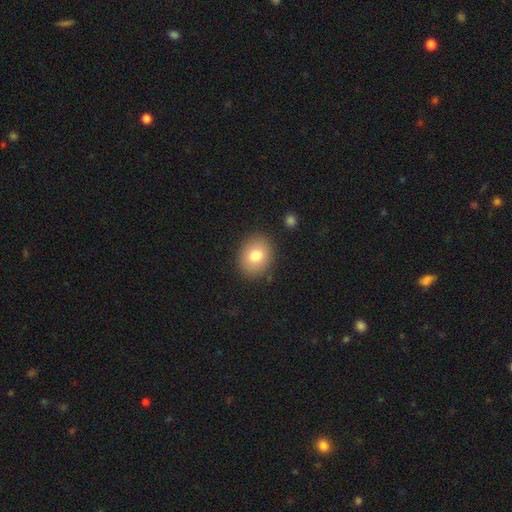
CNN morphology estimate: smooth-or-featured: smooth: 78% | featured or disk: 13% | star or artifact: 9%
  how-rounded: round: 57% | in between: 42% | cigar-shaped: 1%
  merging: none: 87% | minor disturbance: 9% | major disturbance: 3% | merger: 2%